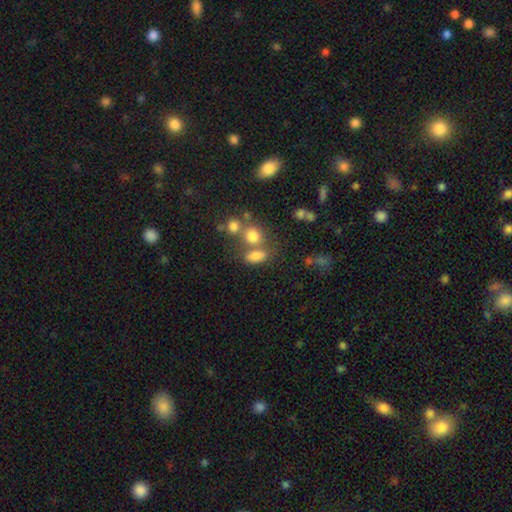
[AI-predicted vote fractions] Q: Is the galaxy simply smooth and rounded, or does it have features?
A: smooth — 77%.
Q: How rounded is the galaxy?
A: in between — 78%.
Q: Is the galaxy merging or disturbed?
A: none — 51%.